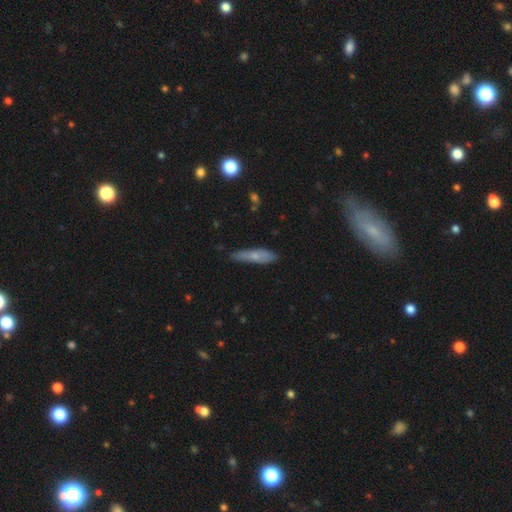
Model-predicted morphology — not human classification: Smooth or featured?
  - smooth: 62% *
  - featured or disk: 31%
  - star or artifact: 7%
How rounded?
  - cigar-shaped: 75% *
  - in between: 23%
  - round: 2%
Merging?
  - none: 71% *
  - minor disturbance: 23%
  - major disturbance: 4%
  - merger: 2%